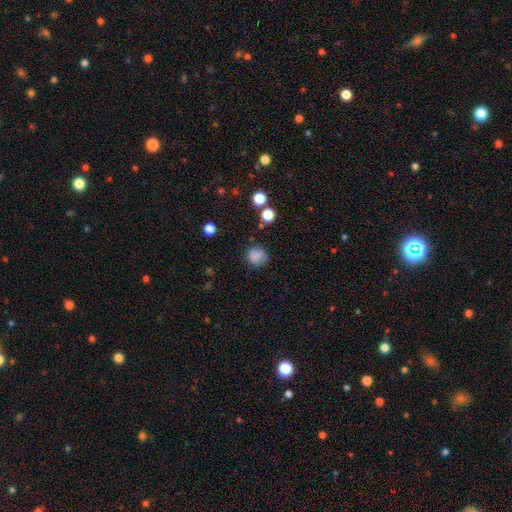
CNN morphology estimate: Smooth or featured?
  - smooth: 83% *
  - star or artifact: 12%
  - featured or disk: 6%
How rounded?
  - round: 82% *
  - in between: 17%
  - cigar-shaped: 1%
Merging?
  - none: 74% *
  - minor disturbance: 18%
  - major disturbance: 6%
  - merger: 3%